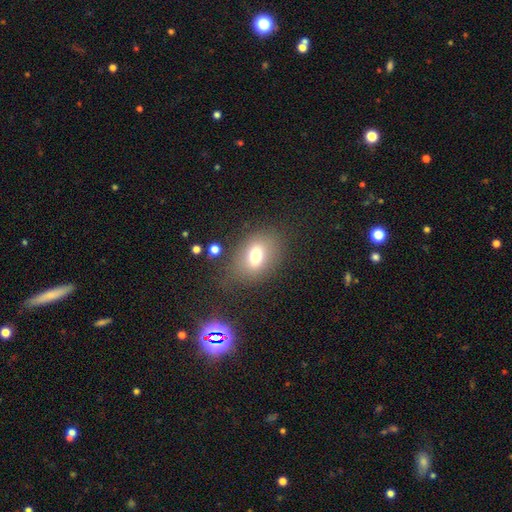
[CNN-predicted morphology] This appears to be a smooth galaxy with no disk features (71%) that is in between round and cigar-shaped (70%). Merging: none (71%).